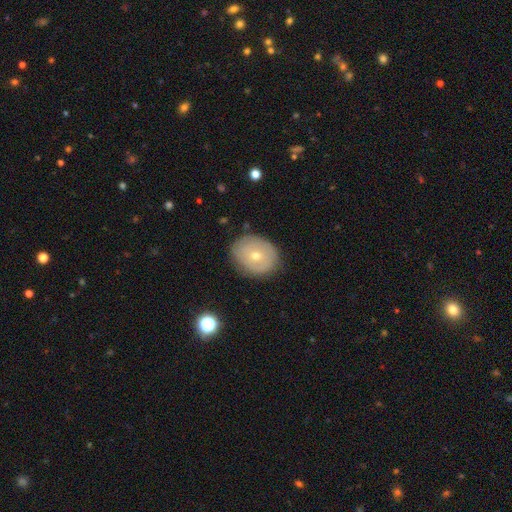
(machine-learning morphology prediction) Smooth or featured? smooth (52%)
How rounded? round (52%)
Merging? none (83%)